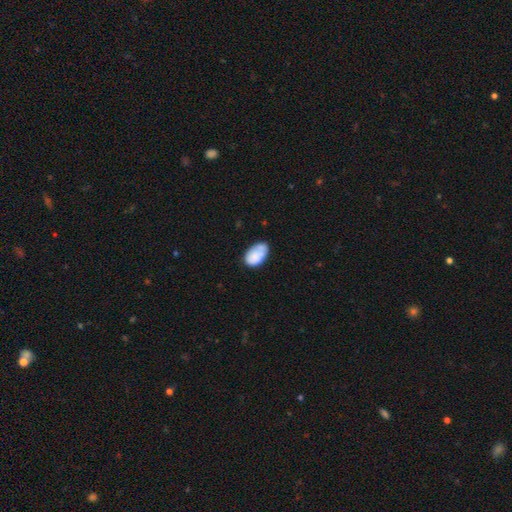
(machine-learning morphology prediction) This appears to be a smooth galaxy with no disk features (80%) that is in between round and cigar-shaped (92%). Merging: none (58%).